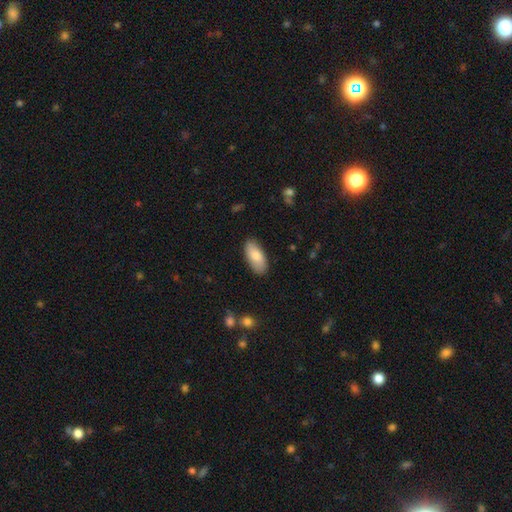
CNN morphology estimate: type=smooth (81%); roundness=in between (89%); merging=none (86%).